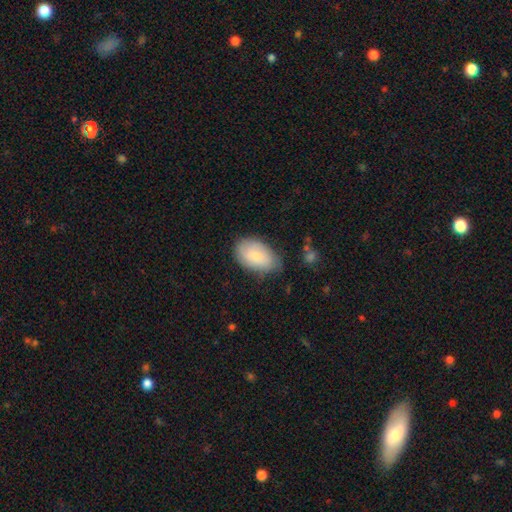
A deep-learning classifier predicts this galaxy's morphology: Smooth or featured? smooth (78%)
How rounded? in between (93%)
Merging? none (66%)